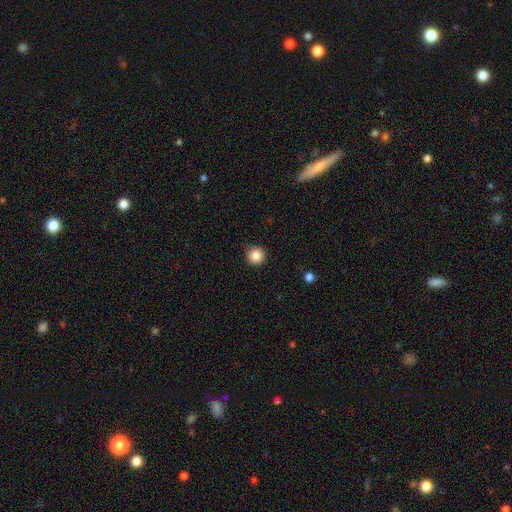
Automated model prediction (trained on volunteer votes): smooth-or-featured: smooth: 86% | star or artifact: 10% | featured or disk: 4%
  how-rounded: round: 96% | in between: 3% | cigar-shaped: 1%
  merging: none: 90% | minor disturbance: 7% | major disturbance: 2% | merger: 1%